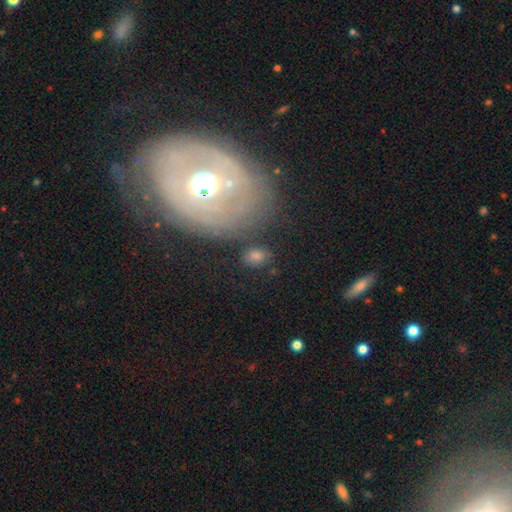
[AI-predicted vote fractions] This is possibly a smooth galaxy (53%). How rounded: likely in between (61%). Merging: likely none (71%).